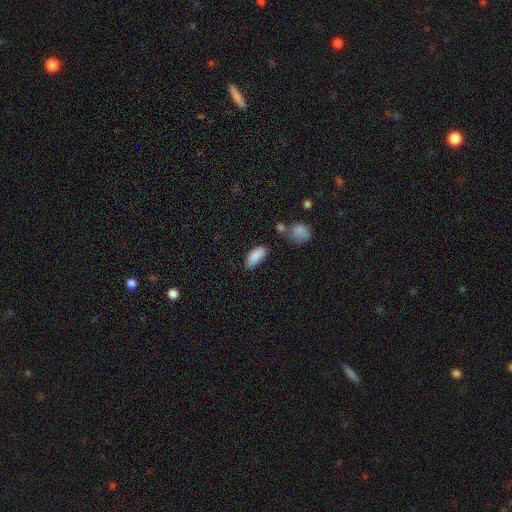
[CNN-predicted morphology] smooth 87%, star or artifact 7%, featured or disk 5%. Down the decision tree: how rounded — in between (88%); merging — none (65%).